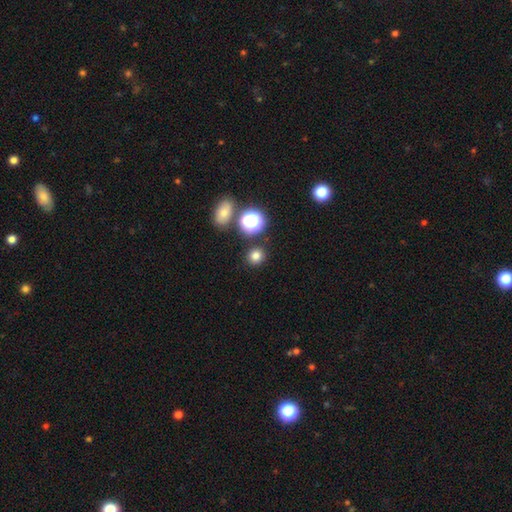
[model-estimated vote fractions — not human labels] Smooth or featured? smooth (77%)
How rounded? round (85%)
Merging? none (87%)